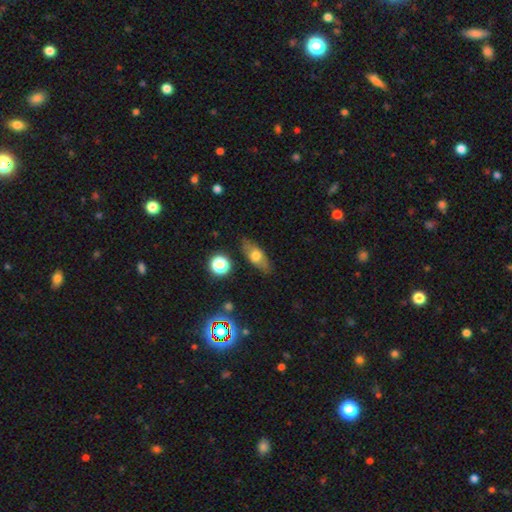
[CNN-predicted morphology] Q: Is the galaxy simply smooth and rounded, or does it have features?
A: smooth — 60%.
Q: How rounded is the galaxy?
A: in between — 71%.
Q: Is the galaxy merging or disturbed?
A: none — 81%.